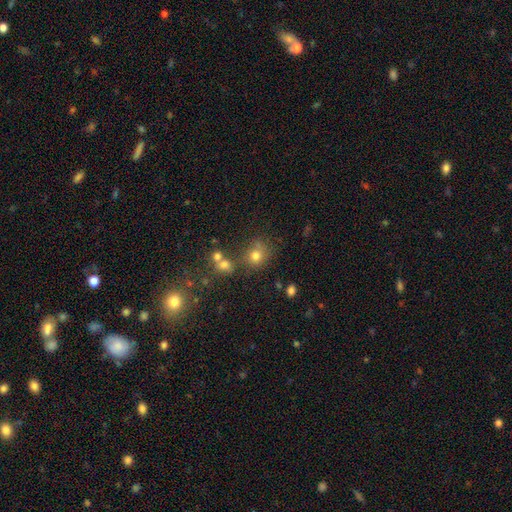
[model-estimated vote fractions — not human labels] smooth 73%, star or artifact 16%, featured or disk 10%. Down the decision tree: how rounded — round (79%); merging — none (63%).